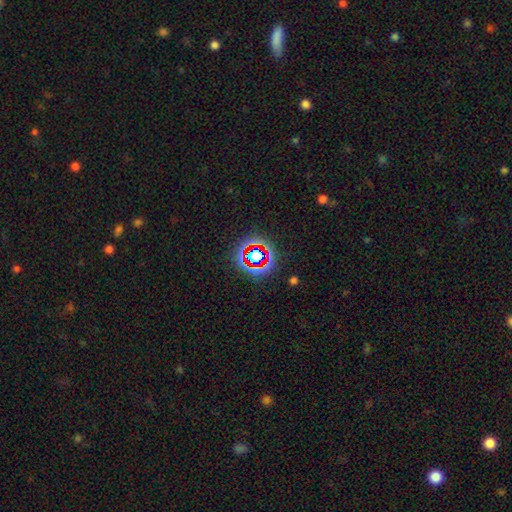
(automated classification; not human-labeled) smooth-or-featured: star or artifact: 66% | smooth: 21% | featured or disk: 13%